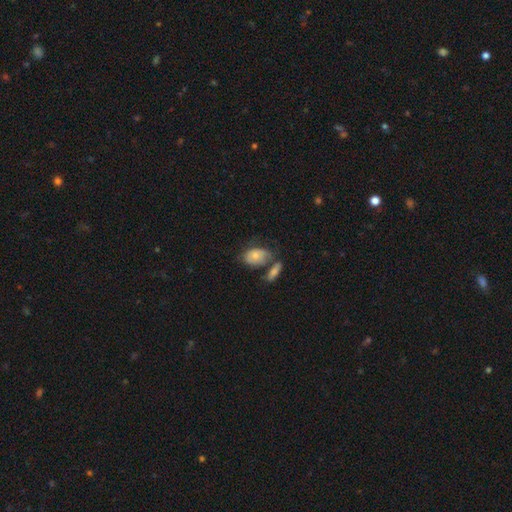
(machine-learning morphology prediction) Smooth or featured?
  - smooth: 71% *
  - featured or disk: 22%
  - star or artifact: 7%
How rounded?
  - in between: 87% *
  - round: 11%
  - cigar-shaped: 2%
Merging?
  - none: 42% *
  - merger: 28%
  - minor disturbance: 21%
  - major disturbance: 10%